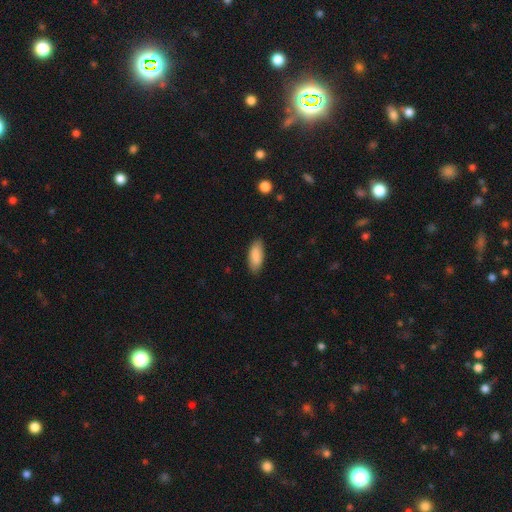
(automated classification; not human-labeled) This is clearly a smooth galaxy (87%). How rounded: clearly in between (81%). Merging: clearly none (85%).